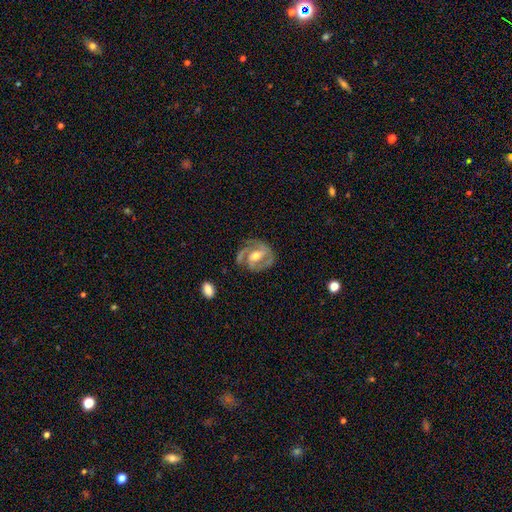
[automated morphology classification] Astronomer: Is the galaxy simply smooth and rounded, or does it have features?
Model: featured or disk — 85%.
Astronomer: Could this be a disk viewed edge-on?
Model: no — 97%.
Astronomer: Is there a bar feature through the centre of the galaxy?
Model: strong — 39%, tied with weak at 39%.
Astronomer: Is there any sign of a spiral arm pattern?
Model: yes — 93%.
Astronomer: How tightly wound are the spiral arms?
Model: medium — 47% (runner-up: tight, 40%).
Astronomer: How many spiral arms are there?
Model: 2 — 75%.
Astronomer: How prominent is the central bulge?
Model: moderate — 67%.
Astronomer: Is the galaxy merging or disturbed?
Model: none — 68%.